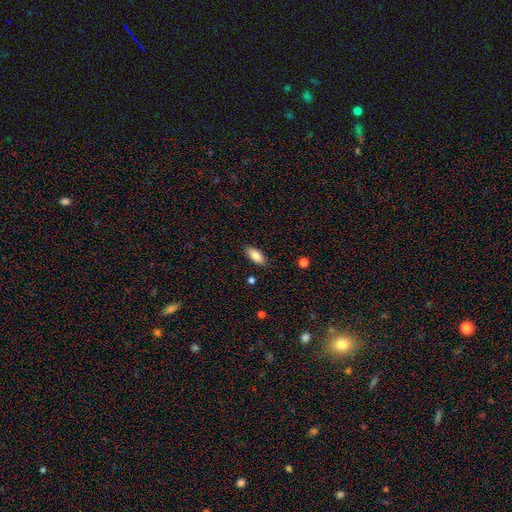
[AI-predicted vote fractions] The model was most divided on "how rounded": in between: 84%, cigar-shaped: 14%, round: 2%. More confident: merging — none (86%); smooth or featured — smooth (83%).